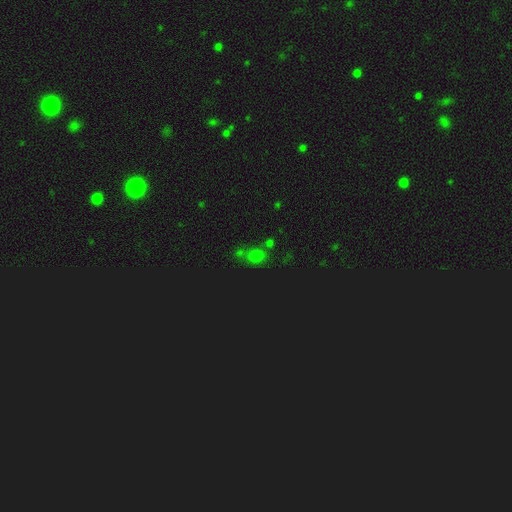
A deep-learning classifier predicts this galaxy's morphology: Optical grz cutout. It shows a smooth galaxy with no disk features (56%) that is in between round and cigar-shaped (52%). Merging: none (58%).